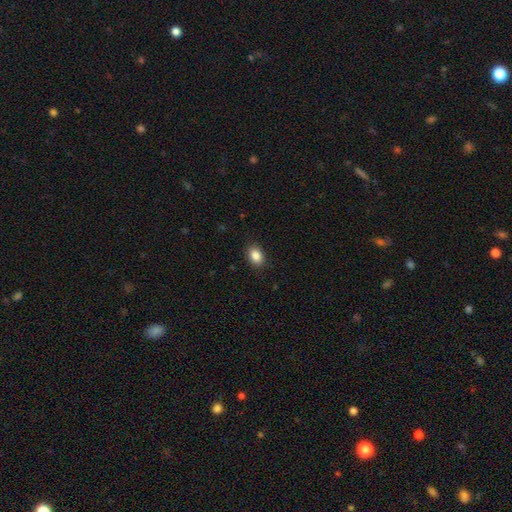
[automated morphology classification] smooth-or-featured: smooth: 87% | star or artifact: 9% | featured or disk: 4%
  how-rounded: in between: 72% | round: 27% | cigar-shaped: 1%
  merging: none: 89% | minor disturbance: 8% | major disturbance: 2% | merger: 1%